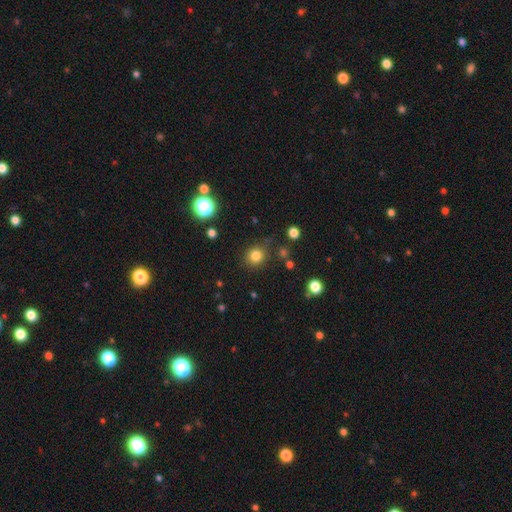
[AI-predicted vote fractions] Smooth or featured?
  - smooth: 81% *
  - star or artifact: 14%
  - featured or disk: 6%
How rounded?
  - round: 84% *
  - in between: 15%
  - cigar-shaped: 1%
Merging?
  - none: 82% *
  - minor disturbance: 11%
  - major disturbance: 4%
  - merger: 3%